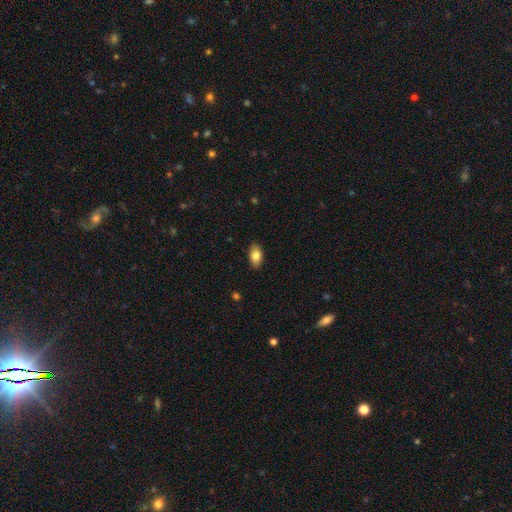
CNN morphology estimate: Smooth or featured: smooth — 82% (featured or disk — 11%)
How rounded: in between — 92% (round — 5%)
Merging: none — 88% (minor disturbance — 9%)